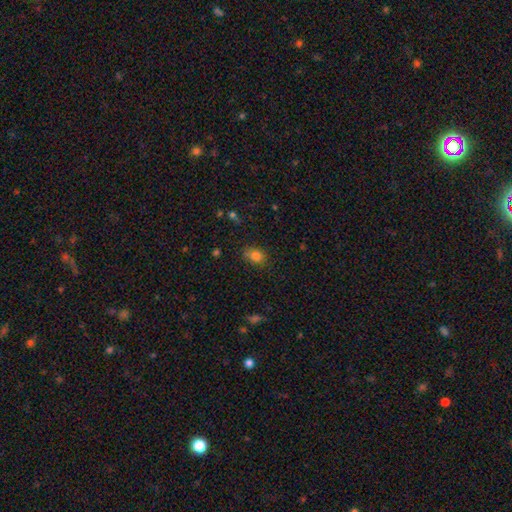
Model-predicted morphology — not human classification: Smooth or featured: smooth — 80% (star or artifact — 13%)
How rounded: in between — 71% (round — 28%)
Merging: none — 72% (minor disturbance — 21%)